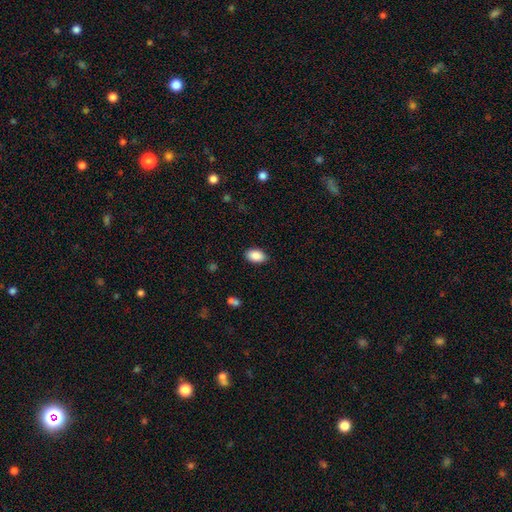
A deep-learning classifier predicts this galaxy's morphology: Smooth or featured? smooth (89%)
How rounded? in between (91%)
Merging? none (86%)